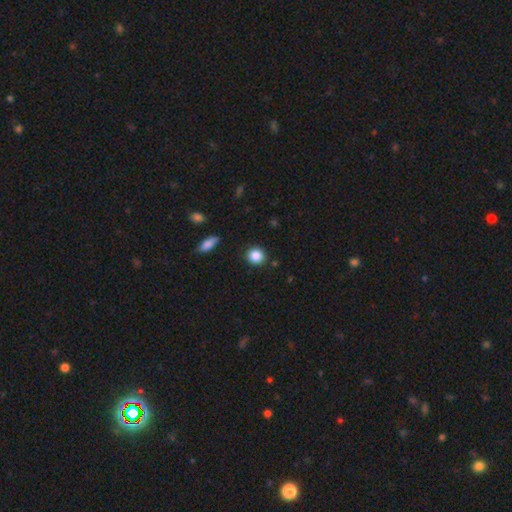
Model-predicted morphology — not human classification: This appears to be a smooth galaxy with no disk features (87%) that is round (86%). Merging: none (88%).